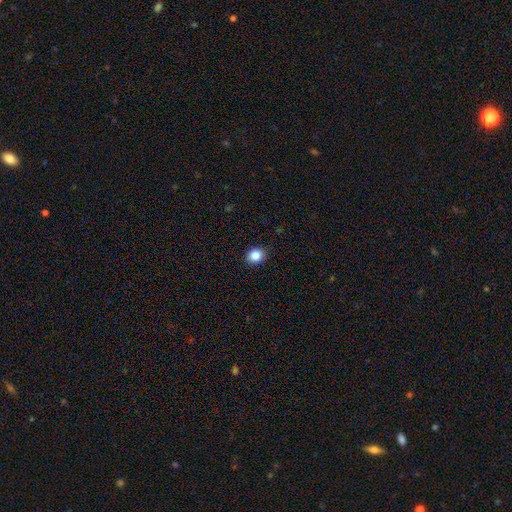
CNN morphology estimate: Smooth or featured? smooth (86%)
How rounded? round (73%)
Merging? none (91%)